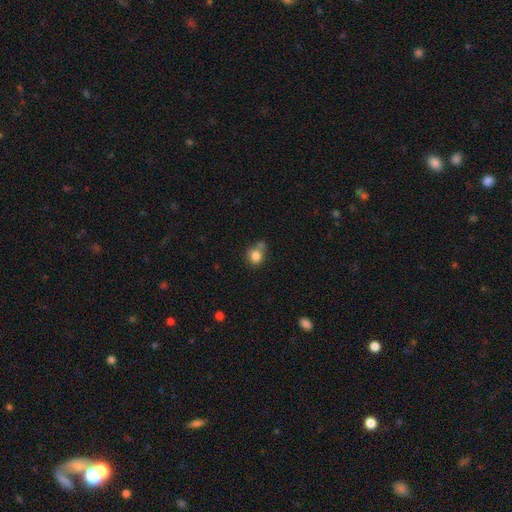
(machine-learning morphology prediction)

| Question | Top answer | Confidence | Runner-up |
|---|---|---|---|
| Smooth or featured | smooth | 83% | star or artifact (10%) |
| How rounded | round | 80% | in between (19%) |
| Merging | none | 56% | merger (22%) |